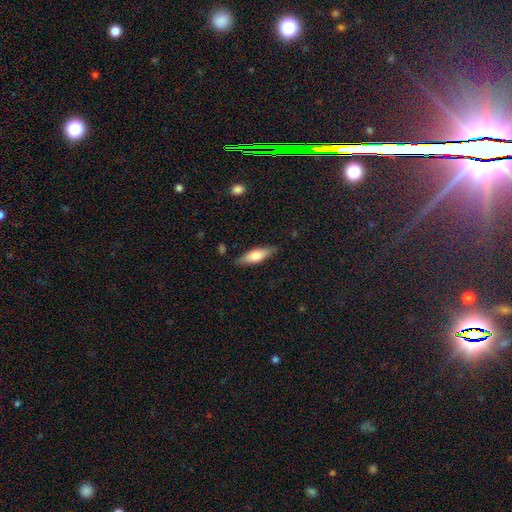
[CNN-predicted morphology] A smooth galaxy with no disk features (63%) that is cigar-shaped (49%, tied with in between). Merging: none (85%).